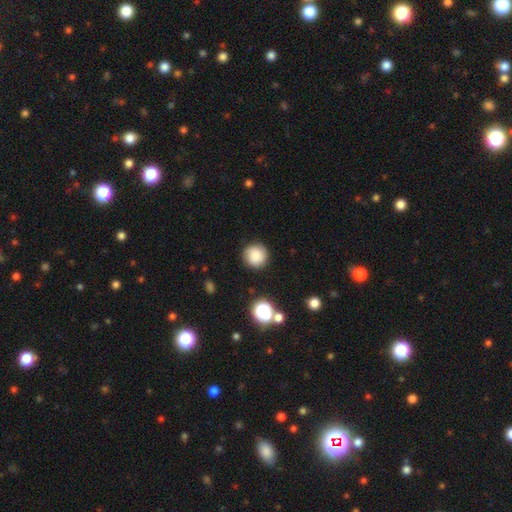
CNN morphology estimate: Smooth or featured: smooth — 83% (star or artifact — 11%)
How rounded: round — 94% (in between — 5%)
Merging: none — 87% (minor disturbance — 8%)